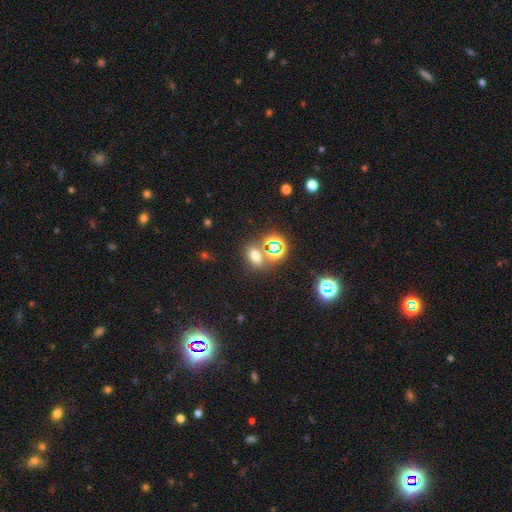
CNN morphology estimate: A smooth galaxy with no disk features (60%) that is in between round and cigar-shaped (67%).

Vote fractions:
- Smooth or featured? smooth: 60% / star or artifact: 32% / featured or disk: 9%
- How rounded? in between: 67% / round: 31% / cigar-shaped: 3%
- Merging? none: 69% / merger: 17% / minor disturbance: 10% / major disturbance: 4%